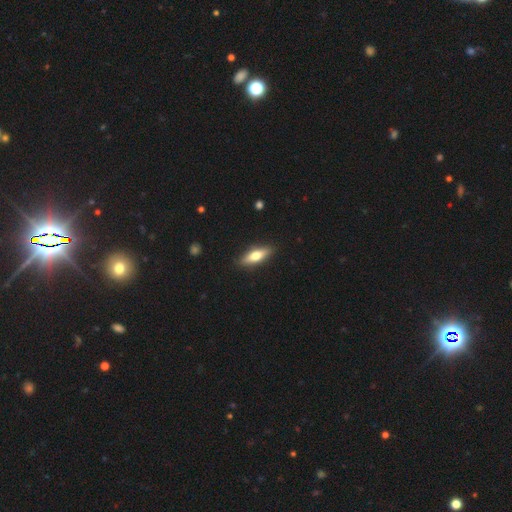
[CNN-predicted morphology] Smooth or featured? Predicted: smooth (p=0.61). How rounded? Predicted: cigar-shaped (p=0.49). Merging? Predicted: none (p=0.88).